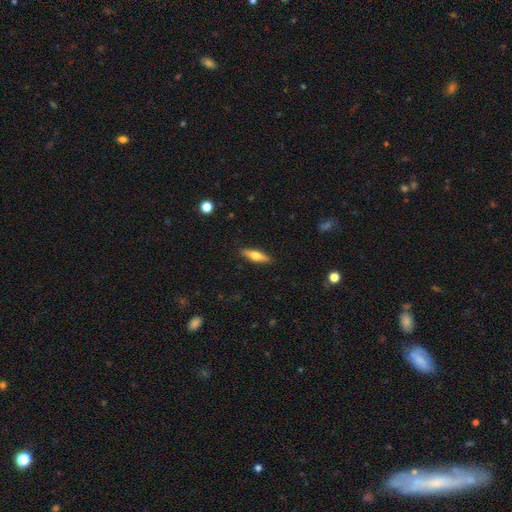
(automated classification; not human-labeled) The model was most divided on "smooth or featured" (2-way tie): featured or disk: 47%, smooth: 47%, star or artifact: 6%. More confident: merging — none (90%).